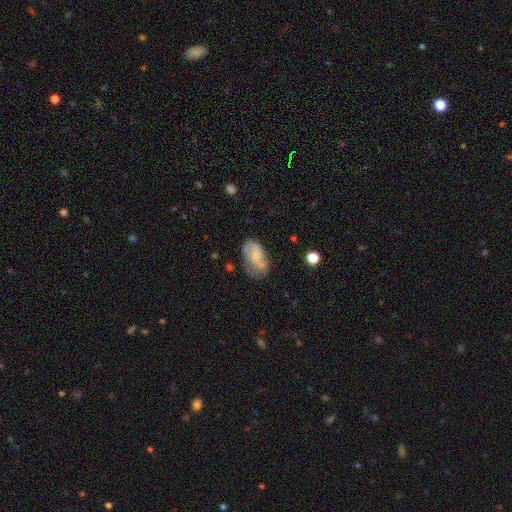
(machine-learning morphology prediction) Q: Smooth or featured?
A: smooth (53%); runner-up: featured or disk (38%)
Q: How rounded?
A: in between (91%); runner-up: round (6%)
Q: Merging?
A: none (44%); runner-up: minor disturbance (31%)